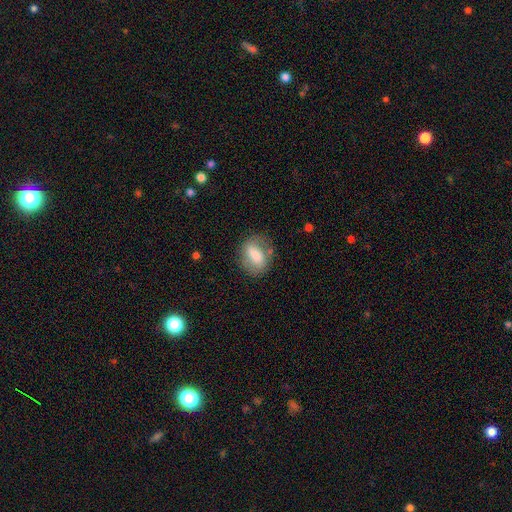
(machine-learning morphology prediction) type=smooth (68%); roundness=in between (63%); merging=none (71%).